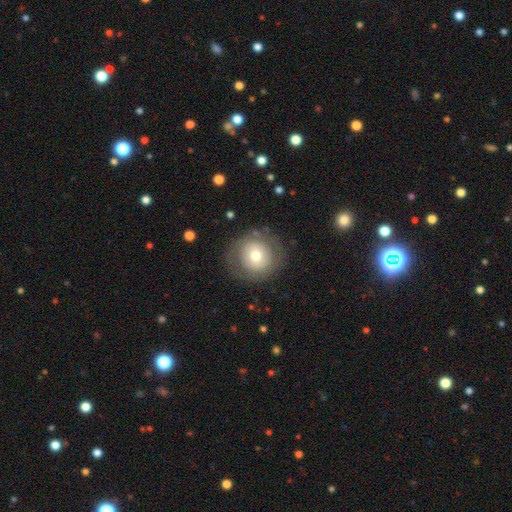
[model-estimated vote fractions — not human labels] Morphology: type=smooth (63%); roundness=round (91%); merging=none (81%).